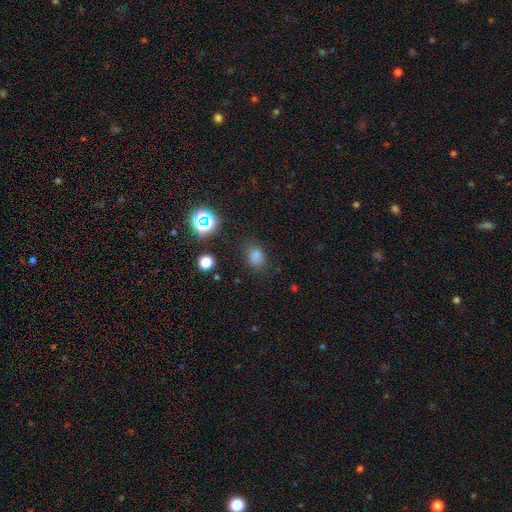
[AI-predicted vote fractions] smooth-or-featured: smooth: 74% | star or artifact: 20% | featured or disk: 6%
  how-rounded: in between: 55% | round: 44% | cigar-shaped: 1%
  merging: none: 76% | minor disturbance: 16% | major disturbance: 5% | merger: 3%